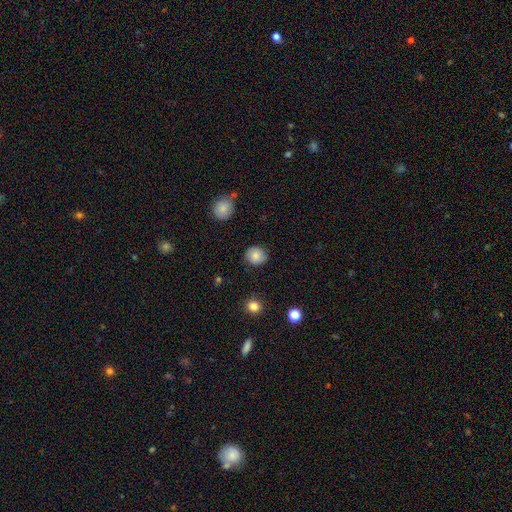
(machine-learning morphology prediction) Smooth or featured?
  - smooth: 83% *
  - star or artifact: 9%
  - featured or disk: 8%
How rounded?
  - round: 83% *
  - in between: 16%
  - cigar-shaped: 1%
Merging?
  - none: 85% *
  - minor disturbance: 11%
  - major disturbance: 3%
  - merger: 1%